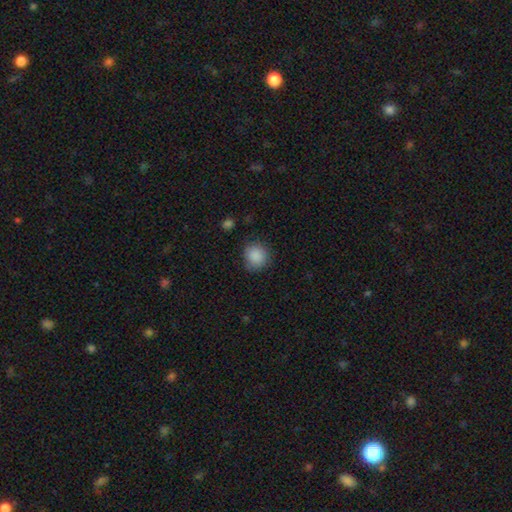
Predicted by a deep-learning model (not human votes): Smooth or featured?
  - smooth: 88% *
  - star or artifact: 8%
  - featured or disk: 3%
How rounded?
  - round: 87% *
  - in between: 12%
  - cigar-shaped: 1%
Merging?
  - none: 81% *
  - minor disturbance: 14%
  - major disturbance: 4%
  - merger: 2%